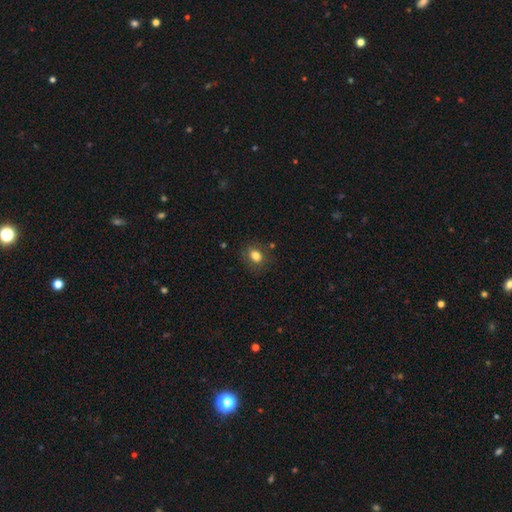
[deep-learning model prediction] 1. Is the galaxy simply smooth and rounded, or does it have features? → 80% smooth, 10% star or artifact, 9% featured or disk.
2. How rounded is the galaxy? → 61% in between, 37% round, 1% cigar-shaped.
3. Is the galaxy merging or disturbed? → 79% none, 14% minor disturbance, 5% major disturbance, 2% merger.